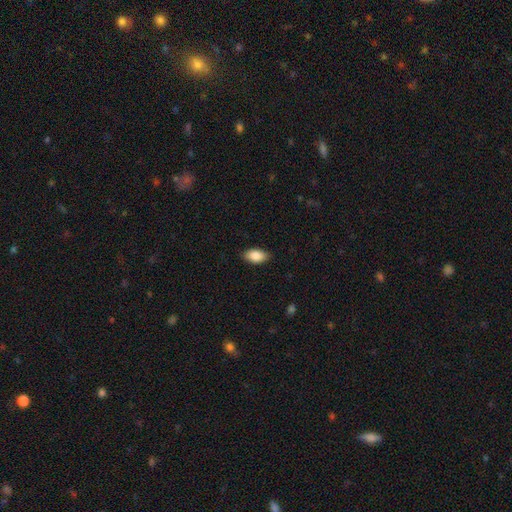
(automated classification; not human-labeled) Smooth or featured: smooth — 87% (star or artifact — 7%)
How rounded: in between — 93% (round — 4%)
Merging: none — 88% (minor disturbance — 10%)